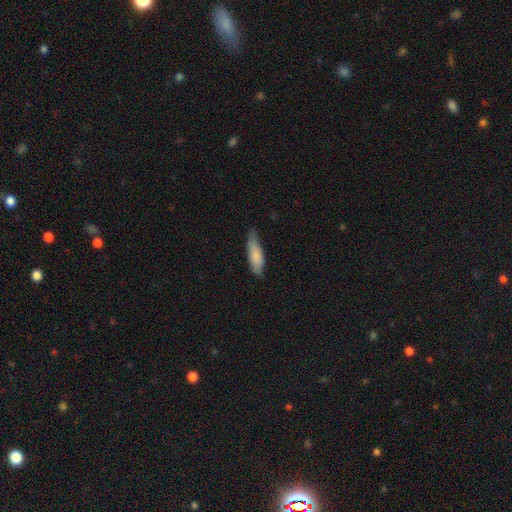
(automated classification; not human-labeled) The model was most divided on "how rounded": cigar-shaped: 51%, in between: 47%, round: 2%. More confident: smooth or featured — smooth (82%); merging — none (59%).